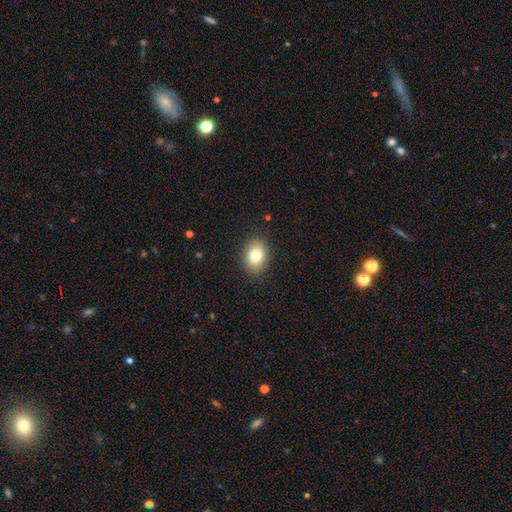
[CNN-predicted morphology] This is clearly a smooth galaxy (80%). How rounded: likely in between (71%). Merging: clearly none (89%).